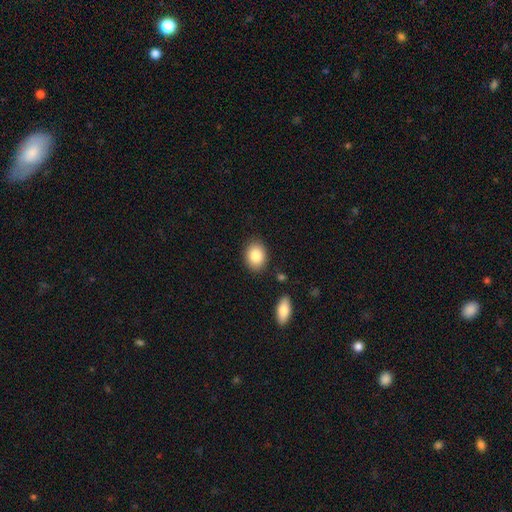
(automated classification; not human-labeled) This appears to be a smooth galaxy with no disk features (84%) that is in between round and cigar-shaped (66%). Merging: none (86%).